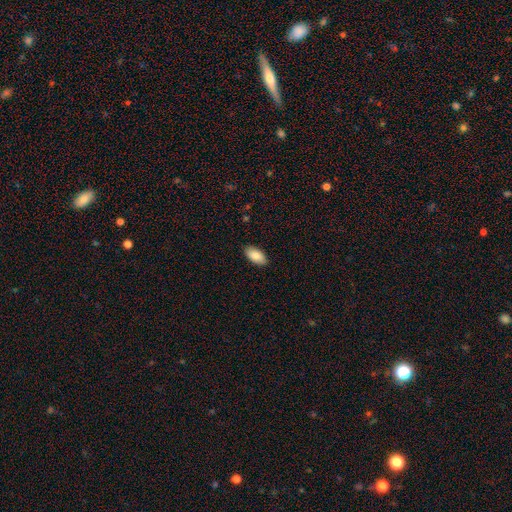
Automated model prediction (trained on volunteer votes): A smooth galaxy with no disk features (88%) that is in between round and cigar-shaped (94%).

Vote fractions:
- Smooth or featured? smooth: 88% / featured or disk: 6% / star or artifact: 6%
- How rounded? in between: 94% / cigar-shaped: 4% / round: 2%
- Merging? none: 89% / minor disturbance: 9% / major disturbance: 2% / merger: 1%